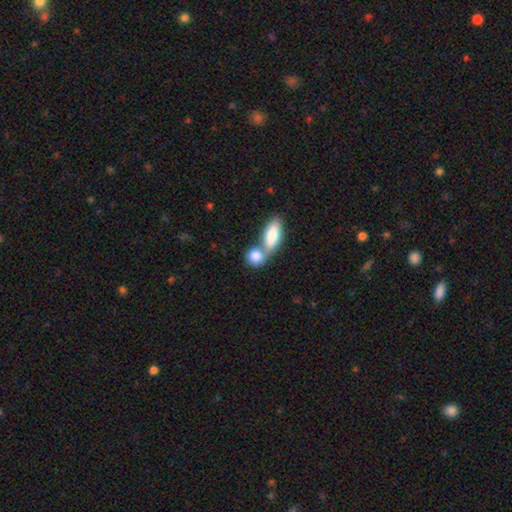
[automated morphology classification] smooth 84%, featured or disk 10%, star or artifact 6%. Down the decision tree: how rounded — in between (55%); merging — merger (57%).